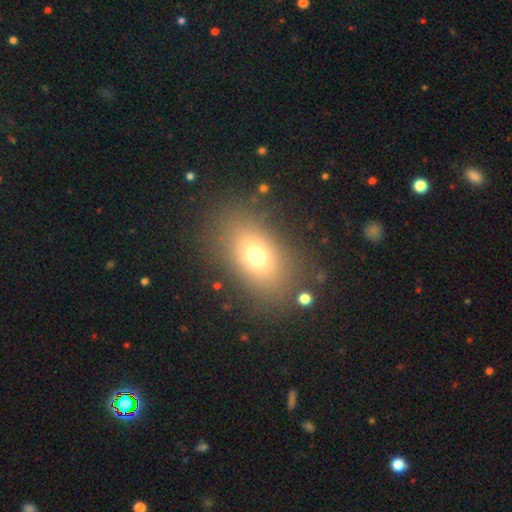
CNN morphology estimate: A smooth galaxy with no disk features (69%) that is in between round and cigar-shaped (78%). Merging: none (82%).